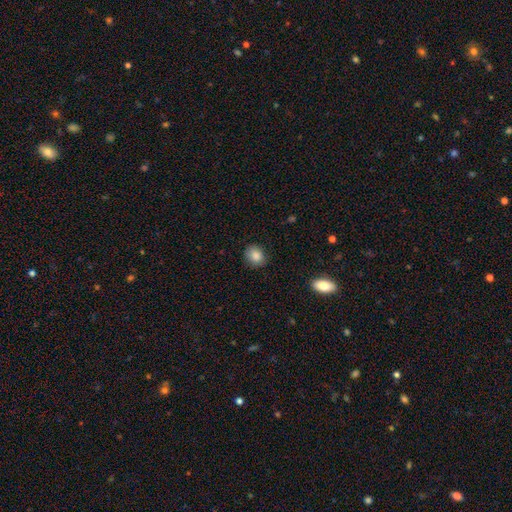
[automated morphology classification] Smooth or featured?
  - smooth: 86% *
  - star or artifact: 9%
  - featured or disk: 5%
How rounded?
  - round: 57% *
  - in between: 42%
  - cigar-shaped: 1%
Merging?
  - none: 83% *
  - minor disturbance: 13%
  - major disturbance: 3%
  - merger: 1%